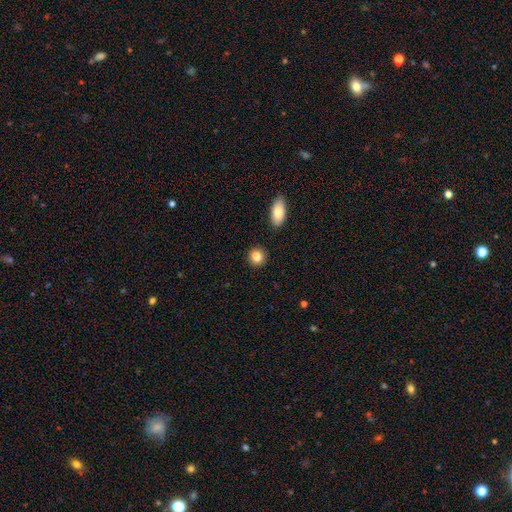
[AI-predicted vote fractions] A smooth galaxy with no disk features (84%) that is round (83%).

Vote fractions:
- Smooth or featured? smooth: 84% / star or artifact: 9% / featured or disk: 7%
- How rounded? round: 83% / in between: 16% / cigar-shaped: 1%
- Merging? none: 89% / minor disturbance: 6% / merger: 3% / major disturbance: 2%